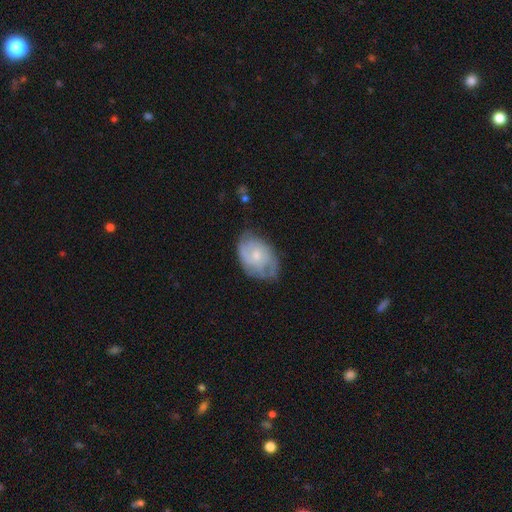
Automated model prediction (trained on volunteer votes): Q: Smooth or featured?
A: featured or disk (60%); runner-up: smooth (33%)
Q: Edge-on disk?
A: no (96%); runner-up: yes (4%)
Q: Bar?
A: no (74%); runner-up: weak (23%)
Q: Spiral arms?
A: yes (80%); runner-up: no (20%)
Q: Bulge size?
A: small (58%); runner-up: moderate (35%)
Q: Merging?
A: none (61%); runner-up: minor disturbance (29%)